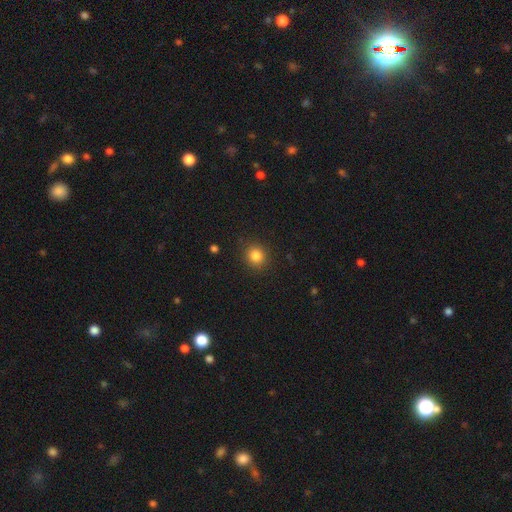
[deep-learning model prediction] A smooth galaxy with no disk features (83%) that is round (88%). Merging: none (90%).